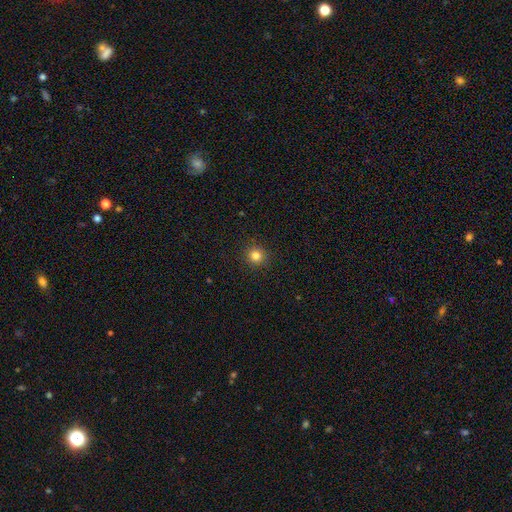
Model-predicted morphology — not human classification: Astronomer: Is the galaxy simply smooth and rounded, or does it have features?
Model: smooth — 82%.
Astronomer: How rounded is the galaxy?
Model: round — 92%.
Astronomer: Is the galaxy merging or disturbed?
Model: none — 92%.